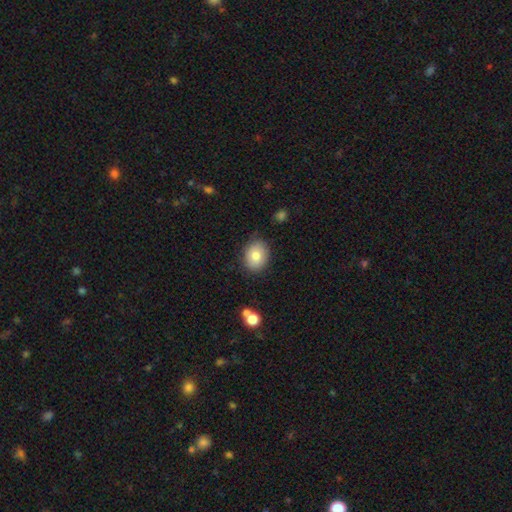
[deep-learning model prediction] Smooth or featured?
  - smooth: 80% *
  - featured or disk: 11%
  - star or artifact: 8%
How rounded?
  - in between: 56% *
  - round: 43%
  - cigar-shaped: 1%
Merging?
  - none: 81% *
  - minor disturbance: 14%
  - major disturbance: 3%
  - merger: 2%